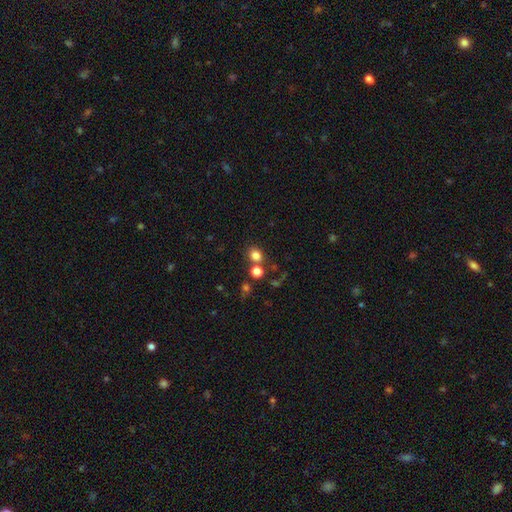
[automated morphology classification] Smooth or featured? Predicted: smooth (p=0.79). How rounded? Predicted: round (p=0.71). Merging? Predicted: none (p=0.68).